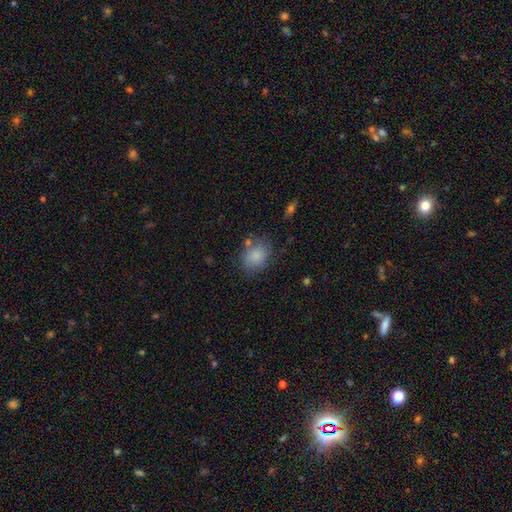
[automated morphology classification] Q: Smooth or featured?
A: smooth (81%); runner-up: featured or disk (11%)
Q: How rounded?
A: in between (52%); runner-up: round (46%)
Q: Merging?
A: none (67%); runner-up: minor disturbance (20%)